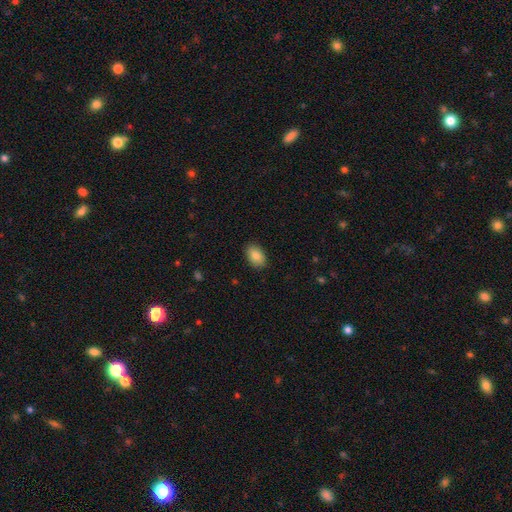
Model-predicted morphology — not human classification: The model was most divided on "how rounded": in between: 85%, round: 14%, cigar-shaped: 1%. More confident: merging — none (87%); smooth or featured — smooth (85%).